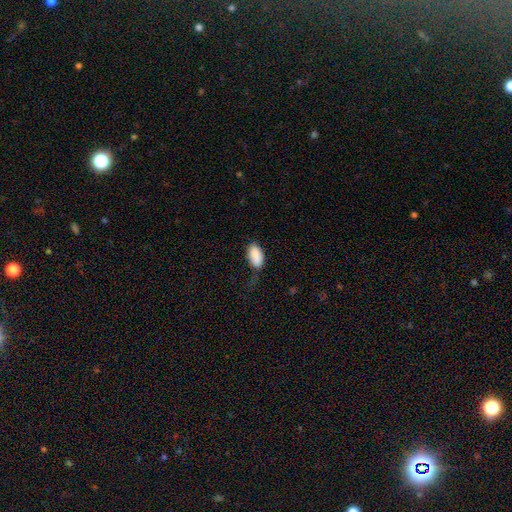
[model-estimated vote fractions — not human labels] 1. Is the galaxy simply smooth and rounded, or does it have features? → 89% smooth, 6% star or artifact, 5% featured or disk.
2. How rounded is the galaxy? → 95% in between, 3% round, 3% cigar-shaped.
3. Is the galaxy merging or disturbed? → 53% none, 30% minor disturbance, 14% major disturbance, 3% merger.